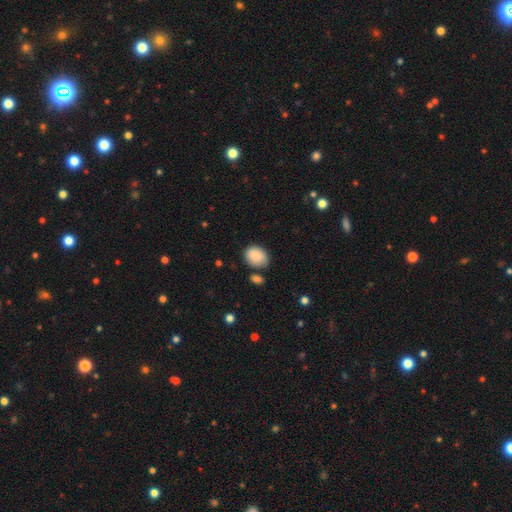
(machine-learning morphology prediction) Smooth or featured?
  - smooth: 88% *
  - star or artifact: 7%
  - featured or disk: 5%
How rounded?
  - in between: 62% *
  - round: 37%
  - cigar-shaped: 1%
Merging?
  - none: 72% *
  - minor disturbance: 17%
  - merger: 7%
  - major disturbance: 4%